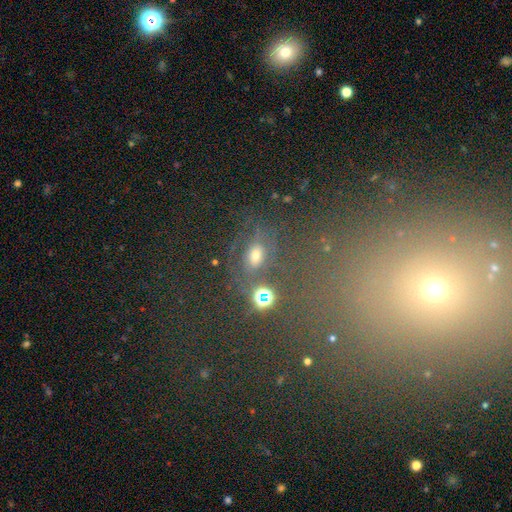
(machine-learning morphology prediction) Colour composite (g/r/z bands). It shows a smooth galaxy with no disk features (46%). Merging: none (65%).